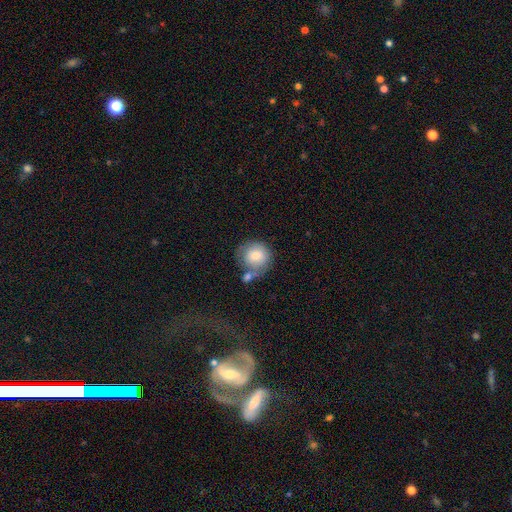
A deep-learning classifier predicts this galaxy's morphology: smooth_or_featured: smooth (p=0.76) [alt: featured or disk p=0.16]
how_rounded: round (p=0.88) [alt: in between p=0.11]
merging: none (p=0.51) [alt: merger p=0.23]